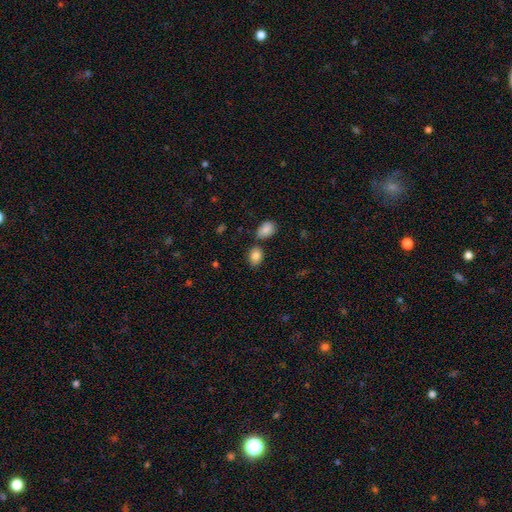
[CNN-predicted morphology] Overall: smooth (84%). How rounded: in between (71%). Merging: none (70%).